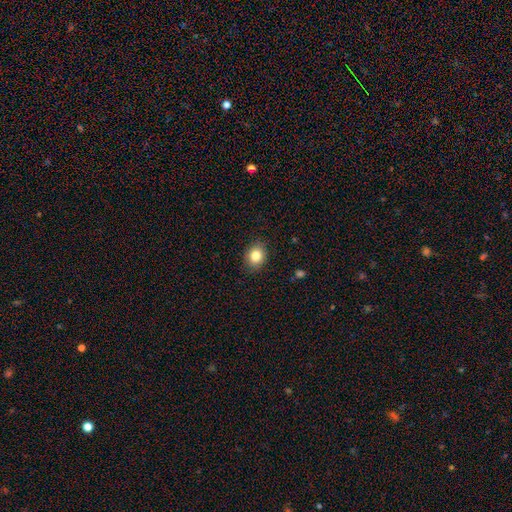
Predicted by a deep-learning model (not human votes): Smooth or featured?
  - smooth: 83% *
  - star or artifact: 10%
  - featured or disk: 7%
How rounded?
  - round: 55% *
  - in between: 44%
  - cigar-shaped: 1%
Merging?
  - none: 88% *
  - minor disturbance: 9%
  - major disturbance: 2%
  - merger: 1%